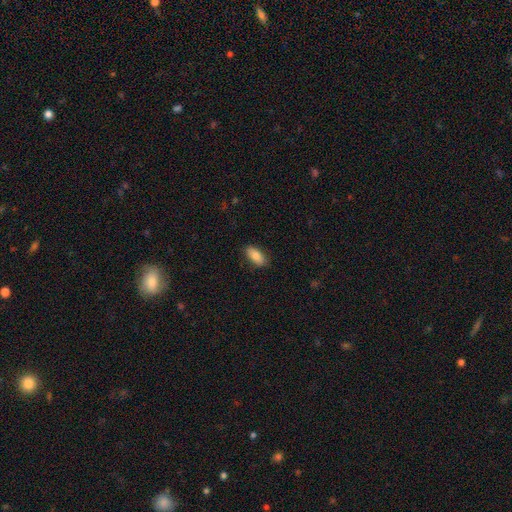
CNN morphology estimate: smooth-or-featured: smooth: 83% | featured or disk: 10% | star or artifact: 7%
  how-rounded: in between: 88% | cigar-shaped: 10% | round: 2%
  merging: none: 85% | minor disturbance: 12% | major disturbance: 2% | merger: 1%